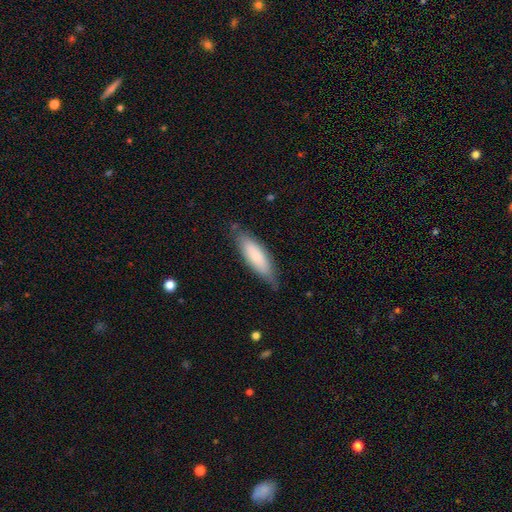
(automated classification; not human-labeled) Overall: smooth (78%). How rounded: cigar-shaped (51%; in between 48%). Merging: none (76%).